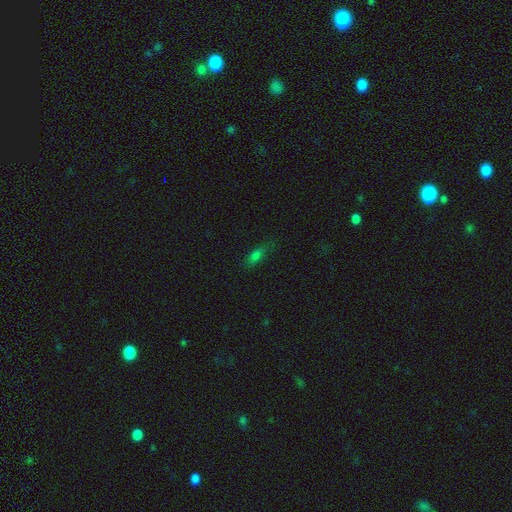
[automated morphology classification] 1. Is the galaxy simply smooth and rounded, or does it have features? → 74% smooth, 14% star or artifact, 12% featured or disk.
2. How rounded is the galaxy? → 66% in between, 30% cigar-shaped, 5% round.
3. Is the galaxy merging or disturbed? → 75% none, 19% minor disturbance, 5% major disturbance, 2% merger.